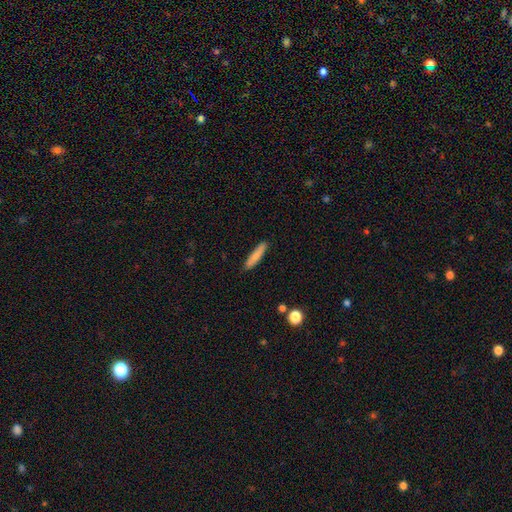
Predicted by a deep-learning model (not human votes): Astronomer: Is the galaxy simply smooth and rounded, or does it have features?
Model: smooth — 81%.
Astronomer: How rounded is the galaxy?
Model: cigar-shaped — 87%.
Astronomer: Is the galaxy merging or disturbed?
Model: none — 88%.